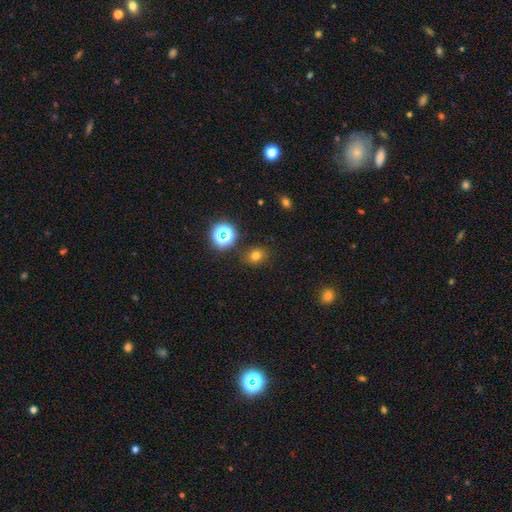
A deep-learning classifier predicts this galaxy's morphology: type=smooth (70%); roundness=round (66%); merging=none (85%).